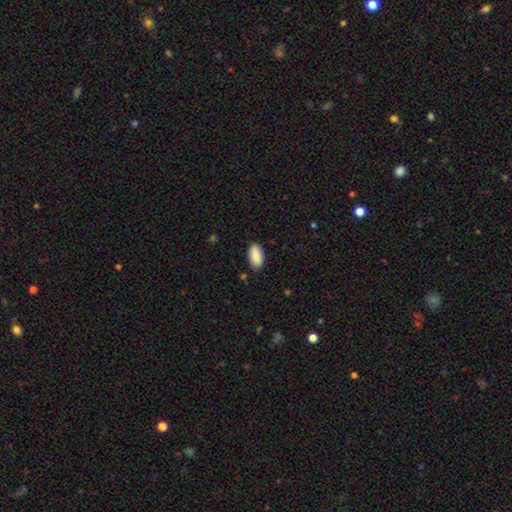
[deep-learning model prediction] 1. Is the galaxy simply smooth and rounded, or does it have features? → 89% smooth, 6% star or artifact, 4% featured or disk.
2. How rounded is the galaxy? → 93% in between, 4% cigar-shaped, 2% round.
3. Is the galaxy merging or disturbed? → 86% none, 10% minor disturbance, 2% major disturbance, 1% merger.